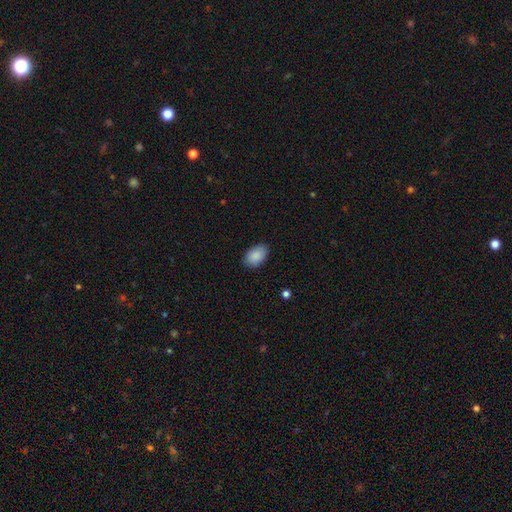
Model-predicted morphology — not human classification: smooth 89%, star or artifact 7%, featured or disk 4%. Down the decision tree: how rounded — in between (91%); merging — none (86%).